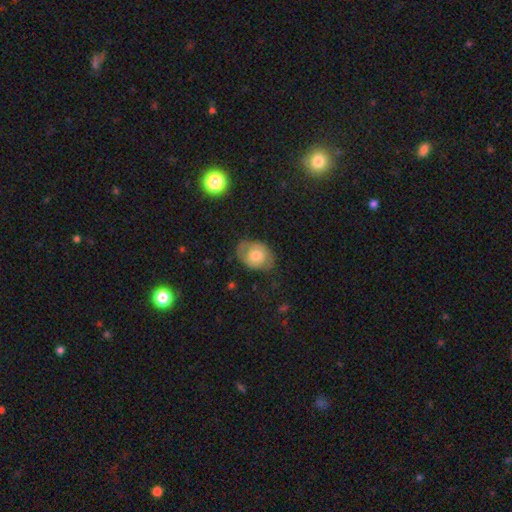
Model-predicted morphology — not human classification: Q: Smooth or featured?
A: smooth (52%); runner-up: featured or disk (40%)
Q: How rounded?
A: in between (61%); runner-up: round (38%)
Q: Merging?
A: none (60%); runner-up: minor disturbance (27%)